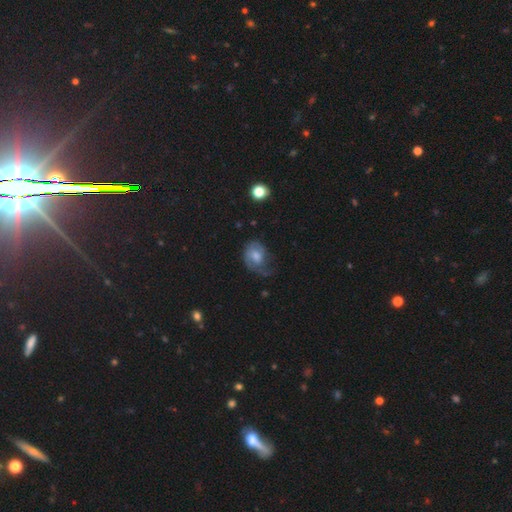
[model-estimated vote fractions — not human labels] This appears to be a featured or disk galaxy (57%) with no bar (64%), spiral arms (82%) and a moderate central bulge (53%). Merging: none (41%).